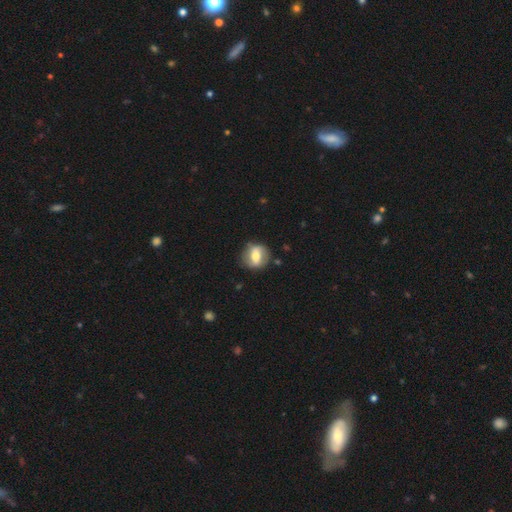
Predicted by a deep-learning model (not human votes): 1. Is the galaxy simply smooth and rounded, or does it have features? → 48% featured or disk, 45% smooth, 7% star or artifact.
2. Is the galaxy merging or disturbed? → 77% none, 15% minor disturbance, 5% major disturbance, 2% merger.